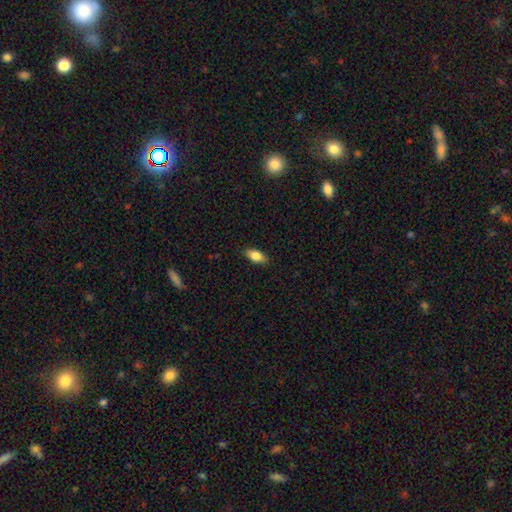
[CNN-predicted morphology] Smooth or featured? Predicted: smooth (p=0.79). How rounded? Predicted: in between (p=0.87). Merging? Predicted: none (p=0.85).